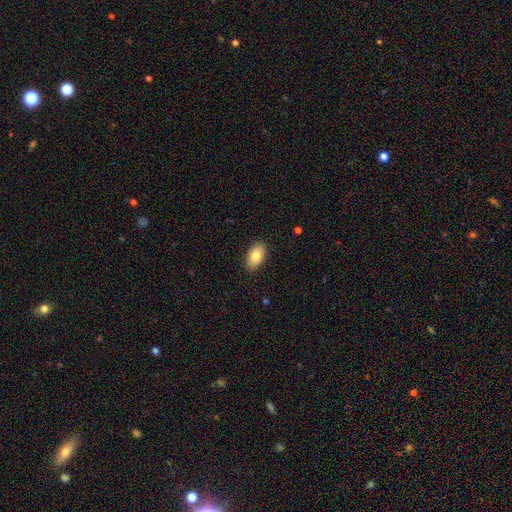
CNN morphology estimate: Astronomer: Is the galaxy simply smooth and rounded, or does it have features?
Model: smooth — 84%.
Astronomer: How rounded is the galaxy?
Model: in between — 93%.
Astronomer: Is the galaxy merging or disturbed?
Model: none — 88%.